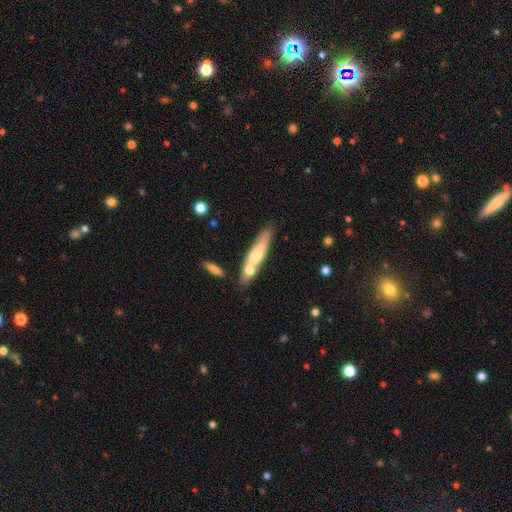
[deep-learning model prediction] This is possibly a smooth galaxy (51%). How rounded: clearly cigar-shaped (82%). Merging: likely none (64%).